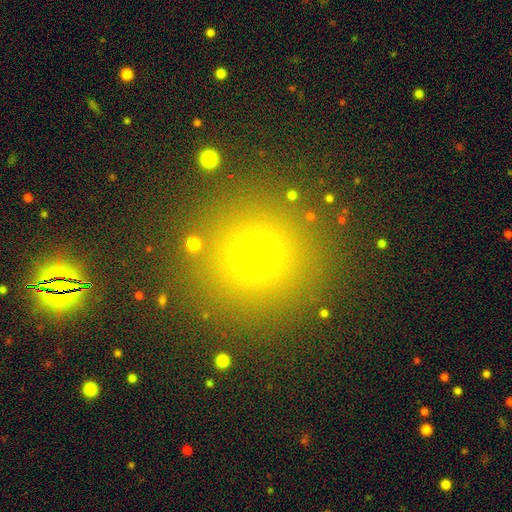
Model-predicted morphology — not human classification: The model was most divided on "smooth or featured": smooth: 64%, star or artifact: 29%, featured or disk: 7%. More confident: how rounded — round (94%); merging — none (89%).